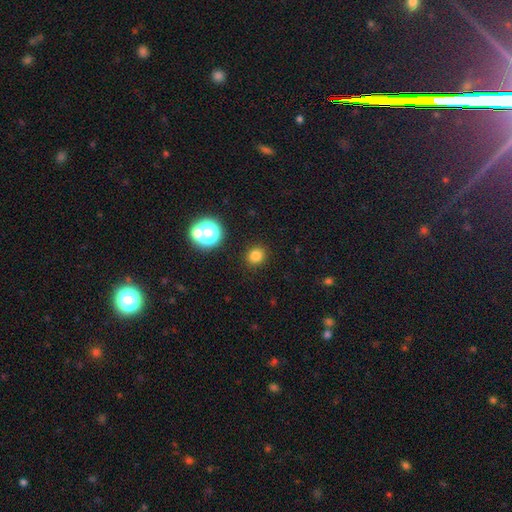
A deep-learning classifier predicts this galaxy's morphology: Smooth or featured: smooth — 78% (star or artifact — 17%)
How rounded: round — 85% (in between — 14%)
Merging: none — 89% (minor disturbance — 6%)